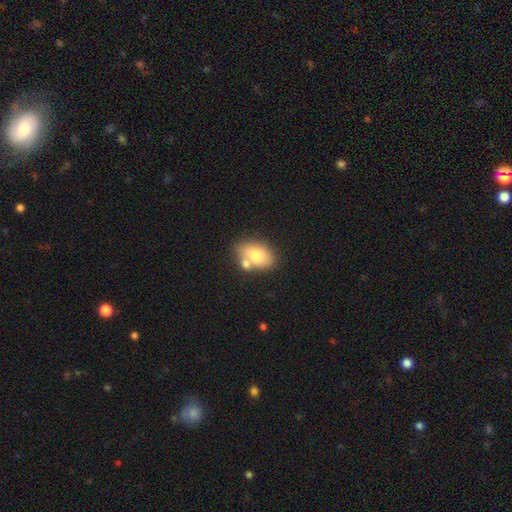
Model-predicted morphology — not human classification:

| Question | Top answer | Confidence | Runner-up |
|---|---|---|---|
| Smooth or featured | smooth | 76% | featured or disk (16%) |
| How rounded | in between | 87% | round (11%) |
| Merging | none | 54% | merger (25%) |